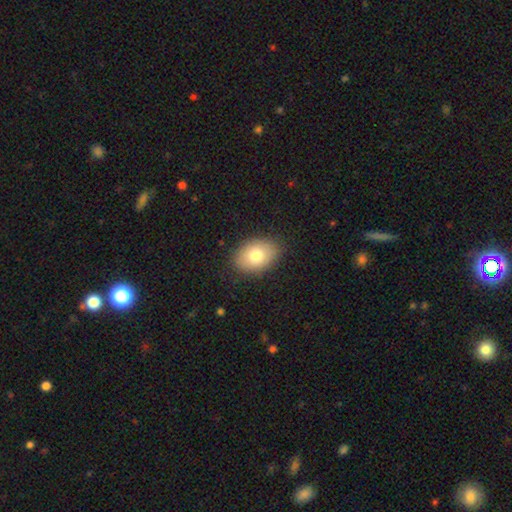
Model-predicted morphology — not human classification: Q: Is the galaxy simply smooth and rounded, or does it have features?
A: smooth — 79%.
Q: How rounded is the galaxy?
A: in between — 83%.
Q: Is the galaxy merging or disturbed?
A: none — 85%.